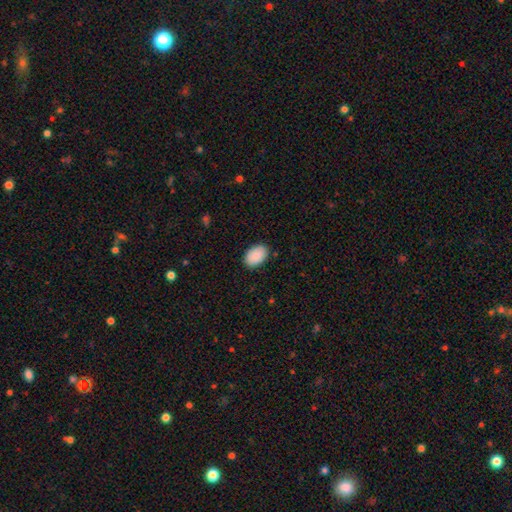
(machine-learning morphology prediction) Overall: smooth (91%). How rounded: in between (88%). Merging: none (88%).